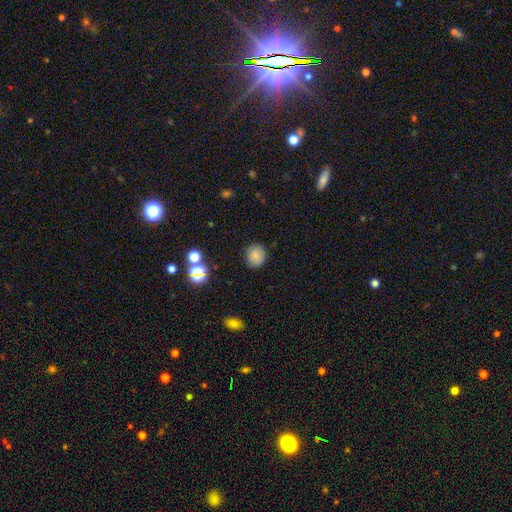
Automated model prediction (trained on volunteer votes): smooth 81%, star or artifact 12%, featured or disk 7%. Down the decision tree: how rounded — round (77%); merging — none (85%).